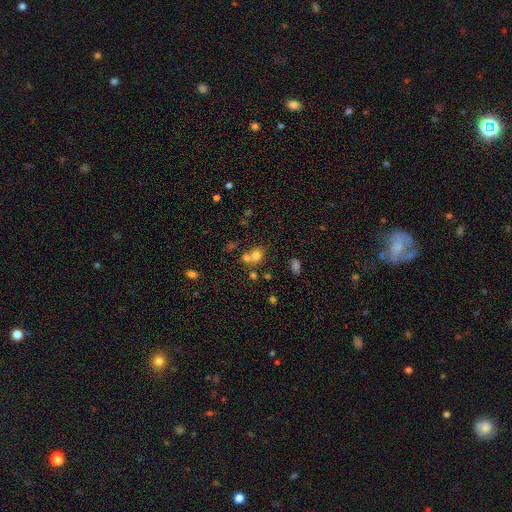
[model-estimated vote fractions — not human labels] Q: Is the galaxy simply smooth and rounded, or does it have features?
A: smooth — 73%.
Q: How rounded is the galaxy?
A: round — 72%.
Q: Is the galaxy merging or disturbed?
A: none — 45%.